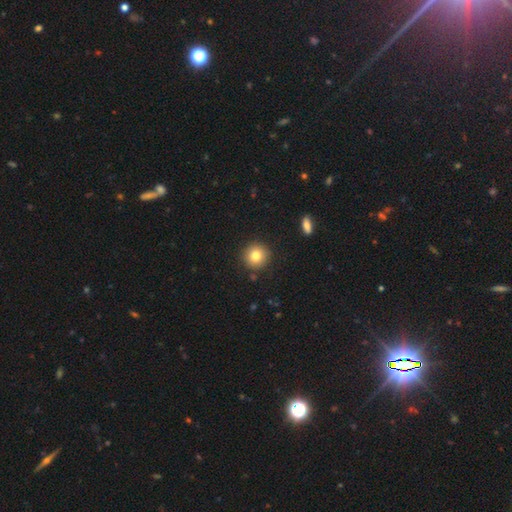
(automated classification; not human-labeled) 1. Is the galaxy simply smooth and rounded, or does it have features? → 81% smooth, 10% star or artifact, 9% featured or disk.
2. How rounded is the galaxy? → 93% round, 6% in between, 1% cigar-shaped.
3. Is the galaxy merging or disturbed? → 89% none, 7% minor disturbance, 2% major disturbance, 2% merger.